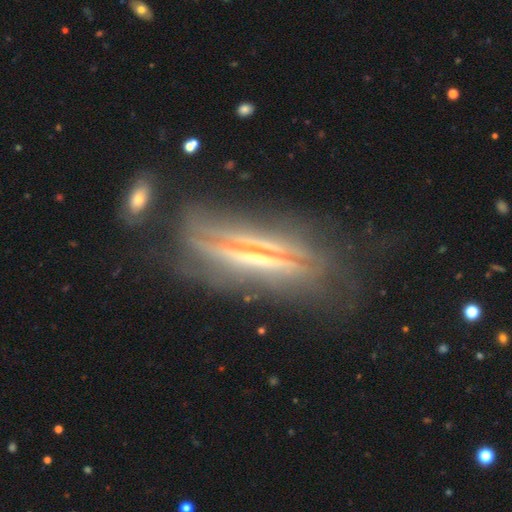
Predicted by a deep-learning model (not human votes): Smooth or featured? Predicted: featured or disk (p=0.78). Edge-on disk? Predicted: yes (p=0.85). Edge-on bulge? Predicted: none (p=0.47). Merging? Predicted: none (p=0.61).